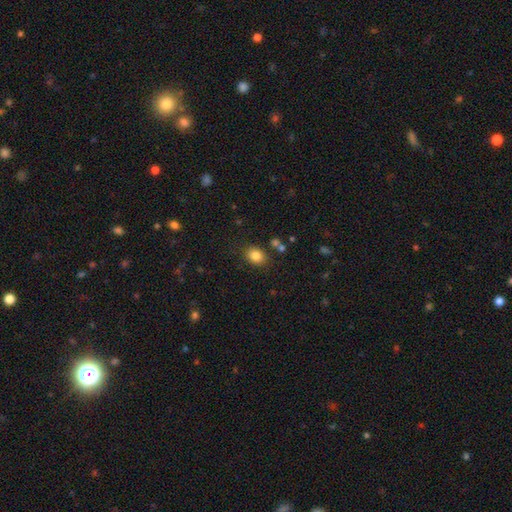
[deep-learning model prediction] This is clearly a smooth galaxy (84%). How rounded: possibly in between (52%). Merging: clearly none (82%).